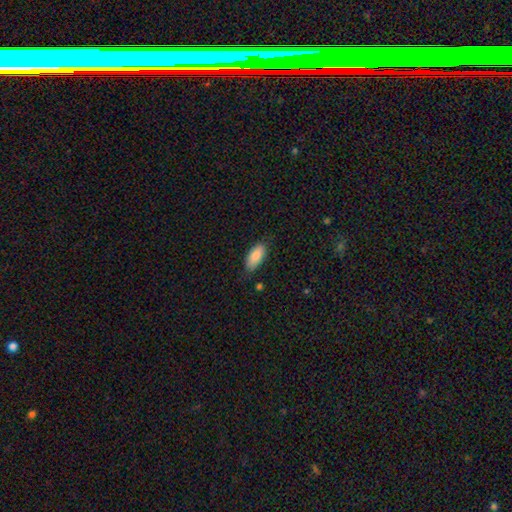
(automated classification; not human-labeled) Morphology: type=smooth (86%); roundness=in between (86%); merging=none (78%).